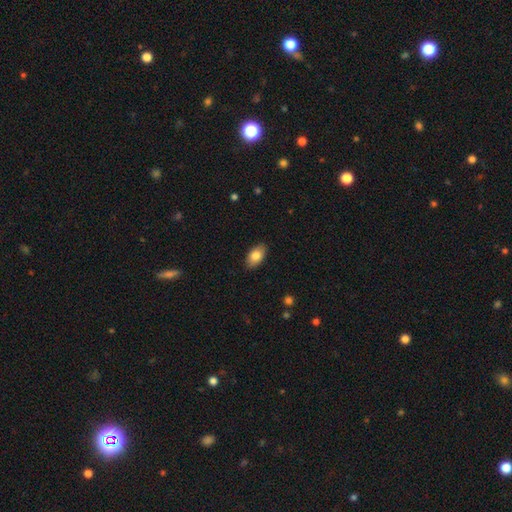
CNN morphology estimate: smooth-or-featured: smooth: 82% | featured or disk: 11% | star or artifact: 7%
  how-rounded: in between: 93% | round: 5% | cigar-shaped: 2%
  merging: none: 88% | minor disturbance: 9% | major disturbance: 2% | merger: 1%